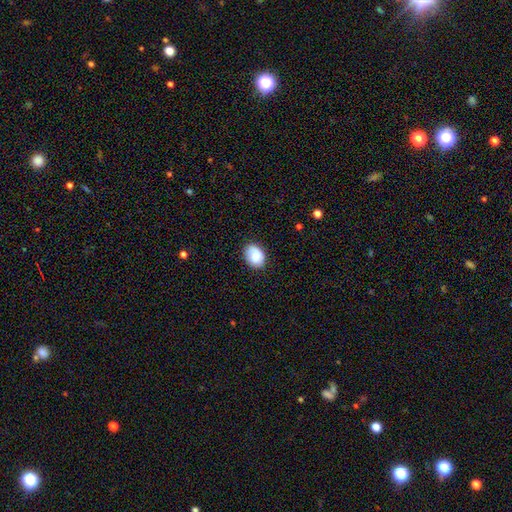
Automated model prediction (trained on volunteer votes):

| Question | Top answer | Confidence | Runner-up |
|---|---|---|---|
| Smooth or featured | smooth | 83% | featured or disk (10%) |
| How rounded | in between | 66% | round (33%) |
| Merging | none | 81% | minor disturbance (15%) |